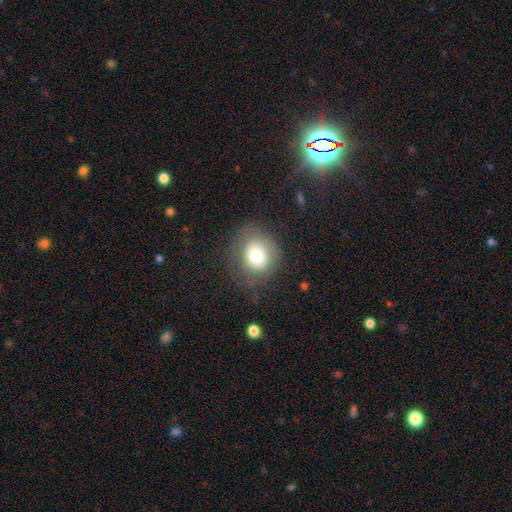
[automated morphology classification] Overall: smooth (68%). How rounded: round (76%). Merging: none (71%).